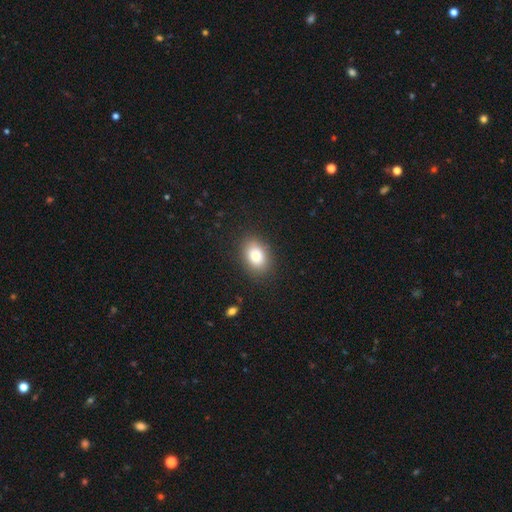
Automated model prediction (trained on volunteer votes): Q: Smooth or featured?
A: smooth (80%); runner-up: featured or disk (11%)
Q: How rounded?
A: in between (79%); runner-up: round (20%)
Q: Merging?
A: none (86%); runner-up: minor disturbance (10%)